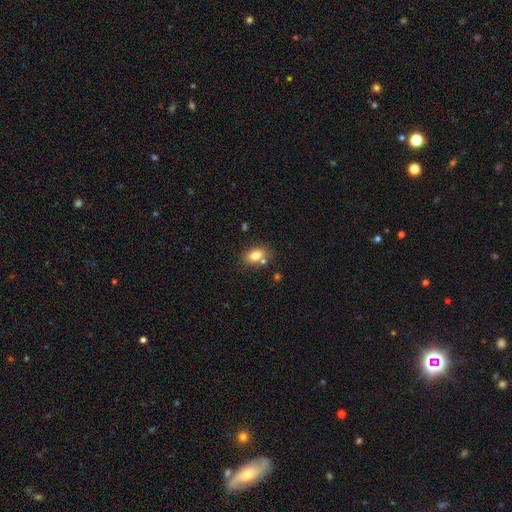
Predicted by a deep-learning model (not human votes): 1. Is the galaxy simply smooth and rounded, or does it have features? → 78% smooth, 12% featured or disk, 10% star or artifact.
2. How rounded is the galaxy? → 80% in between, 18% round, 2% cigar-shaped.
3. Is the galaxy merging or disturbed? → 67% none, 15% merger, 14% minor disturbance, 4% major disturbance.